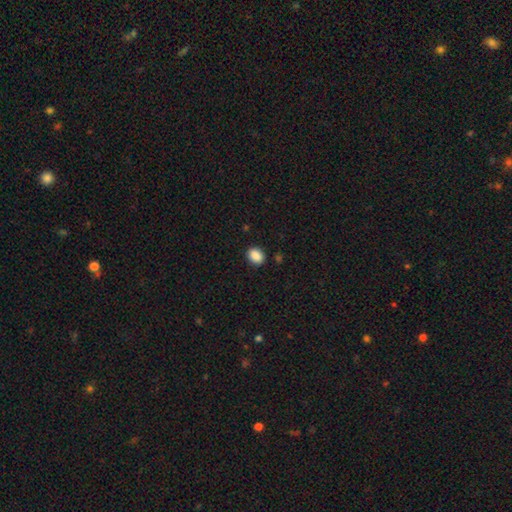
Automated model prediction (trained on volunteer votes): Q: Smooth or featured?
A: smooth (89%); runner-up: star or artifact (8%)
Q: How rounded?
A: in between (61%); runner-up: round (38%)
Q: Merging?
A: none (88%); runner-up: minor disturbance (8%)